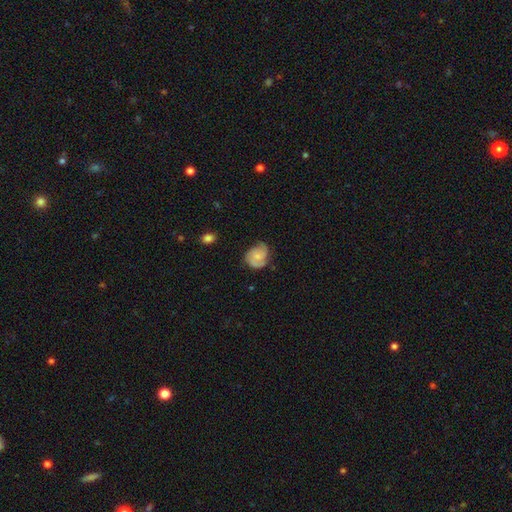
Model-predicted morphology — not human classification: smooth-or-featured: featured or disk: 64% | smooth: 28% | star or artifact: 8%
  disk-edge-on: no: 98% | yes: 2%
    bar: no: 70% | weak: 26% | strong: 4%
    has-spiral-arms: yes: 93% | no: 7%
      spiral-winding: tight: 47% | medium: 41% | loose: 13%
      spiral-arm-count: 2: 48% | 3: 26% | can't tell: 16% | 1: 5% | 4: 3% | more than 4: 2%
    bulge-size: small: 54% | moderate: 27% | none: 15% | large: 2% | dominant: 1%
  merging: none: 66% | minor disturbance: 24% | major disturbance: 8% | merger: 2%